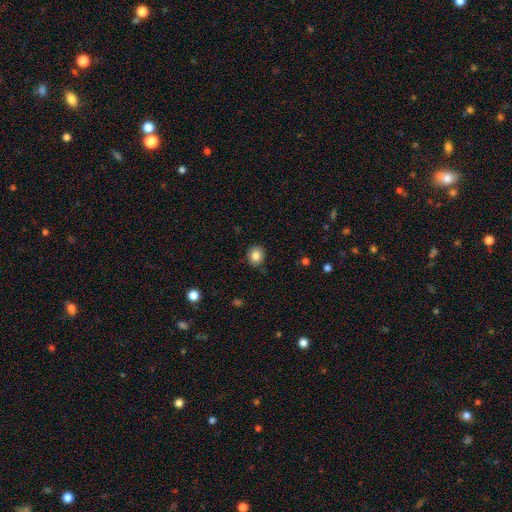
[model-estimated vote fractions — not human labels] The model was most divided on "how rounded": round: 84%, in between: 15%, cigar-shaped: 1%. More confident: merging — none (85%); smooth or featured — smooth (84%).